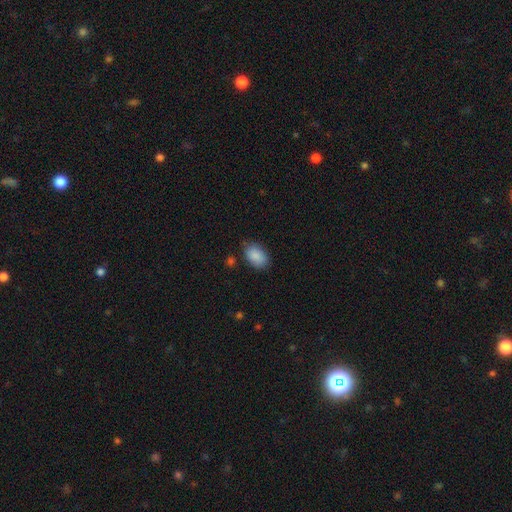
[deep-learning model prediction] A smooth galaxy with no disk features (89%) that is in between round and cigar-shaped (89%). Merging: none (76%).